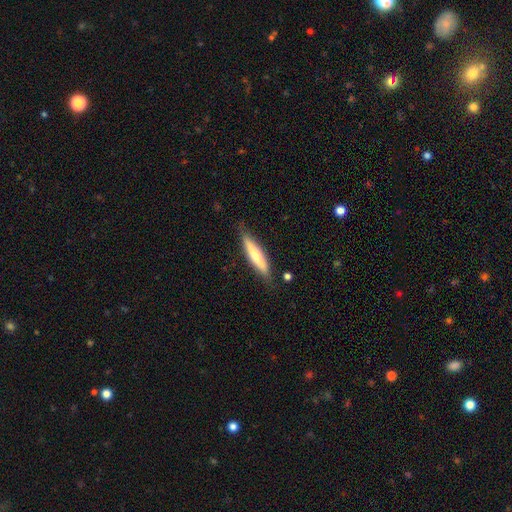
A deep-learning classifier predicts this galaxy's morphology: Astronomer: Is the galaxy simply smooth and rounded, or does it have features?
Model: smooth — 58% (runner-up: featured or disk, 37%).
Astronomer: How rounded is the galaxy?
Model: cigar-shaped — 84%.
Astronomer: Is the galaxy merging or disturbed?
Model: none — 80%.